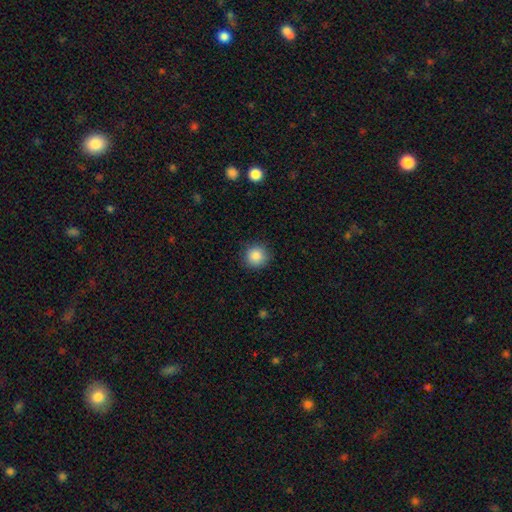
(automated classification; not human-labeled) smooth 86%, star or artifact 10%, featured or disk 4%. Down the decision tree: how rounded — round (94%); merging — none (89%).